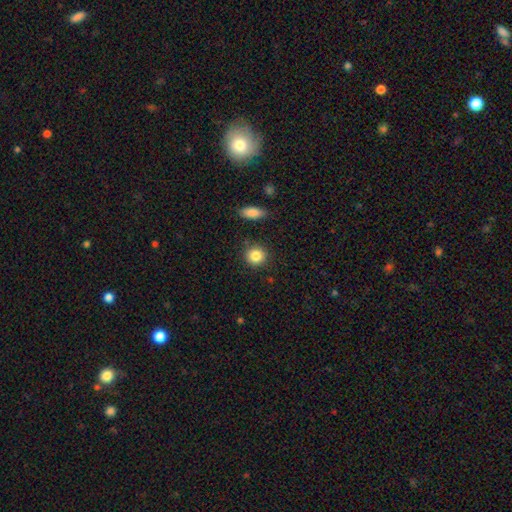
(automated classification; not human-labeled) Smooth or featured: smooth — 85% (star or artifact — 9%)
How rounded: round — 89% (in between — 10%)
Merging: none — 86% (minor disturbance — 8%)